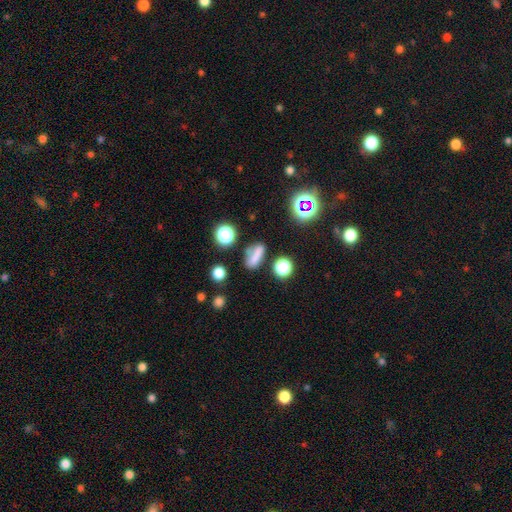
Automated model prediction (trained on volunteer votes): smooth 68%, star or artifact 17%, featured or disk 14%. Down the decision tree: how rounded — in between (53%); merging — none (64%).